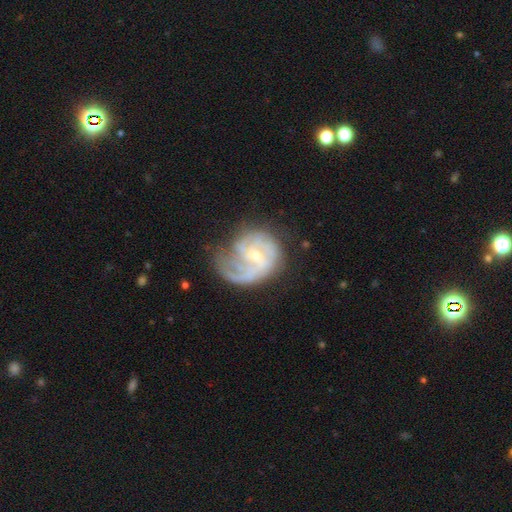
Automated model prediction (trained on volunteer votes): smooth_or_featured: featured or disk (p=0.82) [alt: smooth p=0.12]
disk_edge_on: no (p=0.98) [alt: yes p=0.02]
bar: no (p=0.54) [alt: weak p=0.39]
has_spiral_arms: yes (p=0.92) [alt: no p=0.08]
spiral_winding: medium (p=0.39) [alt: tight p=0.38]
spiral_arm_count: can't tell (p=0.30) [alt: 2 p=0.24]
bulge_size: small (p=0.72) [alt: moderate p=0.24]
merging: none (p=0.42) [alt: major disturbance p=0.31]